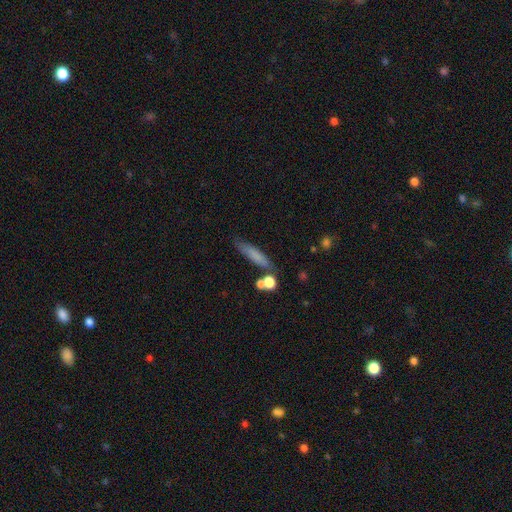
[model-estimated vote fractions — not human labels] Smooth or featured? smooth (75%)
How rounded? cigar-shaped (78%)
Merging? none (72%)